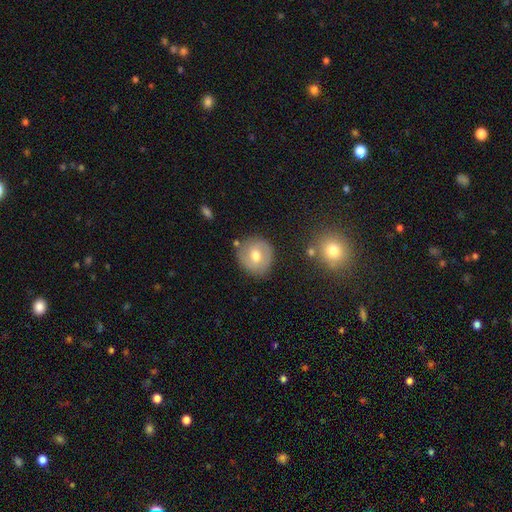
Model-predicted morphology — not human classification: Smooth or featured: smooth — 50% (featured or disk — 42%)
How rounded: round — 86% (in between — 13%)
Merging: none — 79% (minor disturbance — 13%)